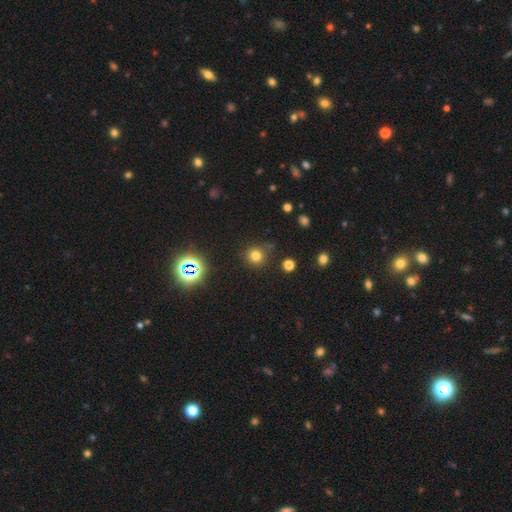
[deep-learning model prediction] A smooth galaxy with no disk features (72%) that is round (92%).

Vote fractions:
- Smooth or featured? smooth: 72% / star or artifact: 22% / featured or disk: 6%
- How rounded? round: 92% / in between: 7% / cigar-shaped: 1%
- Merging? none: 79% / minor disturbance: 12% / major disturbance: 4% / merger: 4%